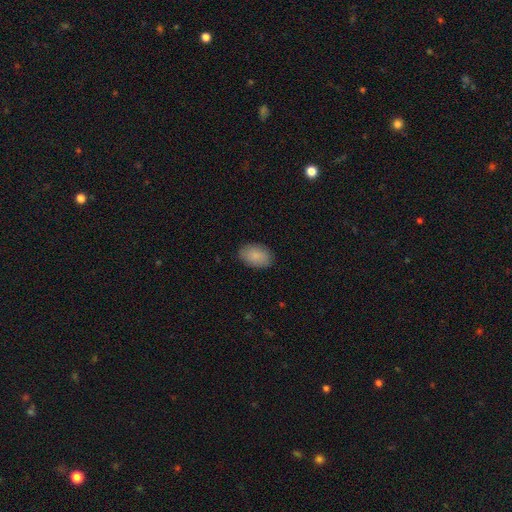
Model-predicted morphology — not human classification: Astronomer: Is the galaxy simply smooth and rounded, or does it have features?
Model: smooth — 88%.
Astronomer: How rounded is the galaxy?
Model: in between — 91%.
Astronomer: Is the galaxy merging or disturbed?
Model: none — 87%.